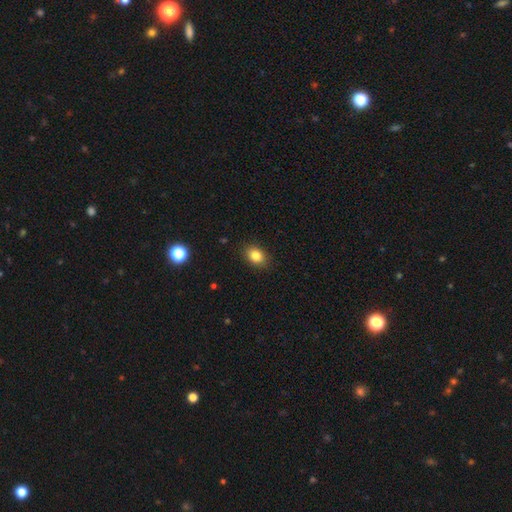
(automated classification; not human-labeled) The model was most divided on "how rounded": in between: 67%, round: 31%, cigar-shaped: 1%. More confident: merging — none (87%); smooth or featured — smooth (84%).